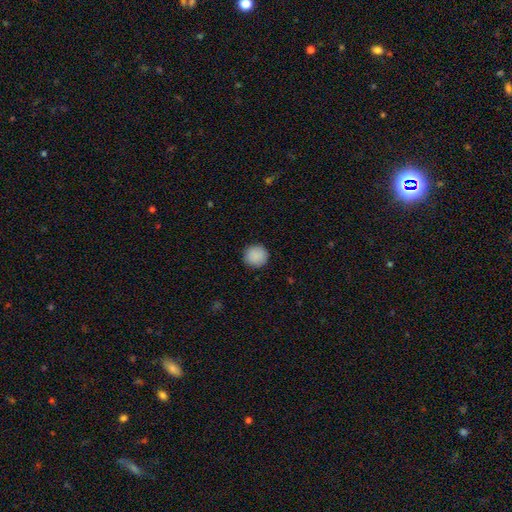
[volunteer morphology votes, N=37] smooth 95%, featured or disk 3%, star or artifact 3%. Down the decision tree: how rounded — round (97%); merging — none (97%).